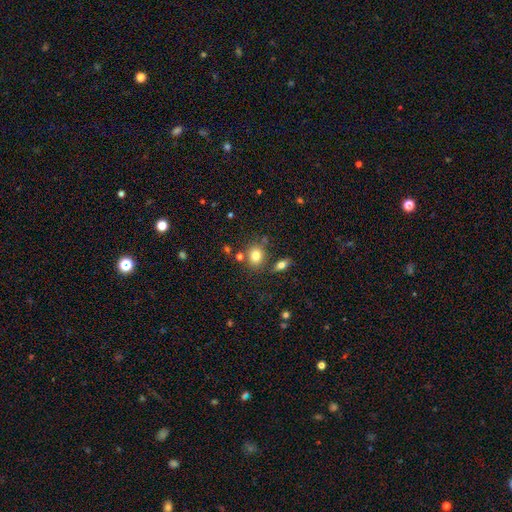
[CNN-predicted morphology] A smooth galaxy with no disk features (77%) that is round (67%).

Vote fractions:
- Smooth or featured? smooth: 77% / star or artifact: 12% / featured or disk: 11%
- How rounded? round: 67% / in between: 32% / cigar-shaped: 1%
- Merging? none: 73% / merger: 12% / minor disturbance: 11% / major disturbance: 4%